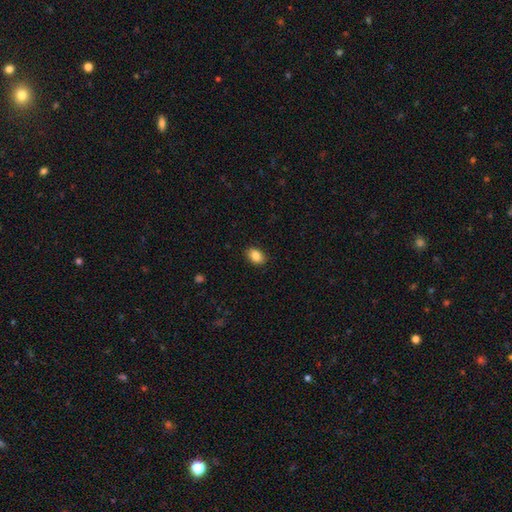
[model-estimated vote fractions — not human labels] Smooth or featured: smooth — 87% (star or artifact — 8%)
How rounded: in between — 80% (round — 19%)
Merging: none — 88% (minor disturbance — 9%)